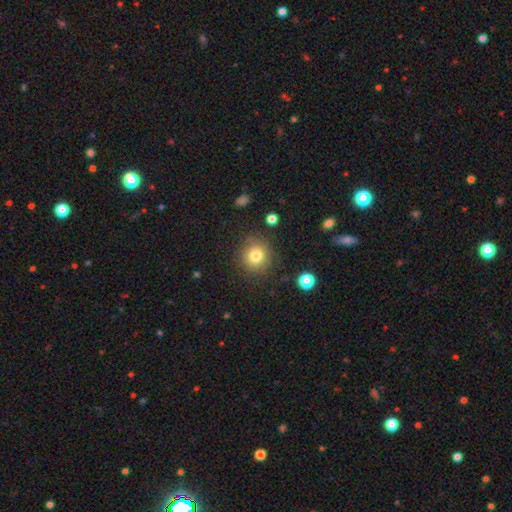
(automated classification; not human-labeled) The model was most divided on "smooth or featured": smooth: 80%, star or artifact: 12%, featured or disk: 8%. More confident: how rounded — round (90%); merging — none (85%).